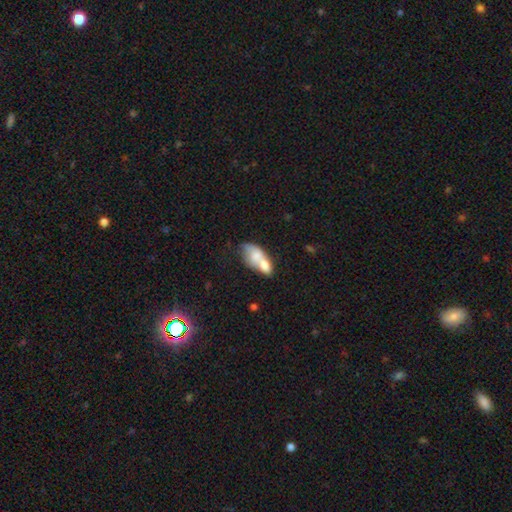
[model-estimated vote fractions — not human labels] Smooth or featured? smooth (64%)
How rounded? in between (85%)
Merging? merger (66%)